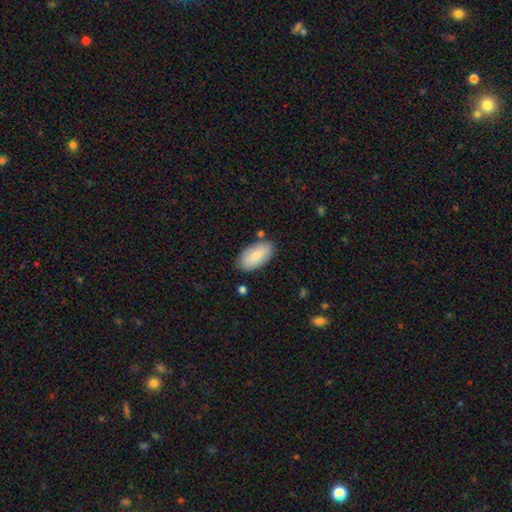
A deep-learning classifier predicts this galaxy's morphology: Smooth or featured?
  - smooth: 81% *
  - featured or disk: 13%
  - star or artifact: 6%
How rounded?
  - in between: 94% *
  - cigar-shaped: 3%
  - round: 2%
Merging?
  - none: 82% *
  - minor disturbance: 12%
  - merger: 3%
  - major disturbance: 3%